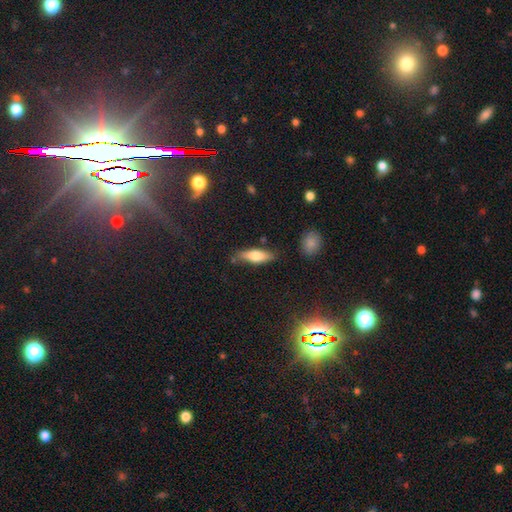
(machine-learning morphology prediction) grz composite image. It shows a smooth galaxy with no disk features (69%) that is in between round and cigar-shaped (51%). Merging: none (74%).